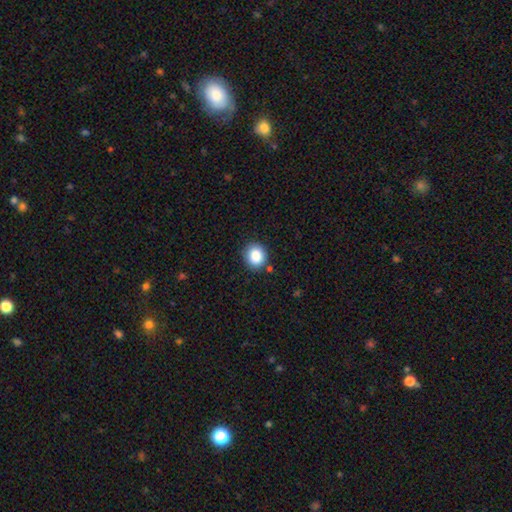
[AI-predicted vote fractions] This is clearly a smooth galaxy (86%). How rounded: likely round (78%). Merging: clearly none (86%).